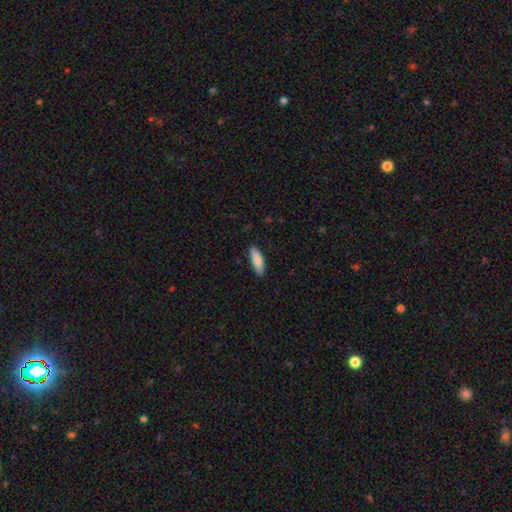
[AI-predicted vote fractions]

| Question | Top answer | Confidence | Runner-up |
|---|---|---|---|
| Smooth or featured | smooth | 82% | featured or disk (12%) |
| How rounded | in between | 51% | cigar-shaped (48%) |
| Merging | none | 87% | minor disturbance (10%) |